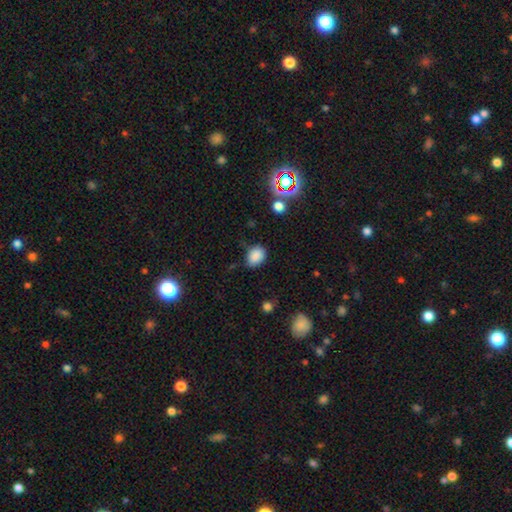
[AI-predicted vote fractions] A smooth galaxy with no disk features (84%) that is in between round and cigar-shaped (70%). Merging: none (71%).